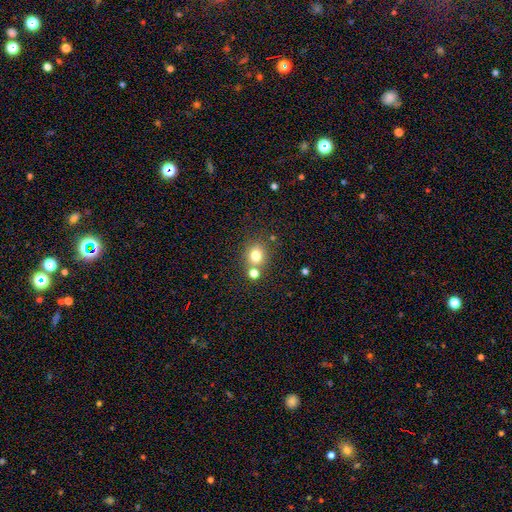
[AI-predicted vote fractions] smooth_or_featured: smooth (p=0.77) [alt: star or artifact p=0.14]
how_rounded: round (p=0.79) [alt: in between p=0.20]
merging: none (p=0.66) [alt: merger p=0.22]